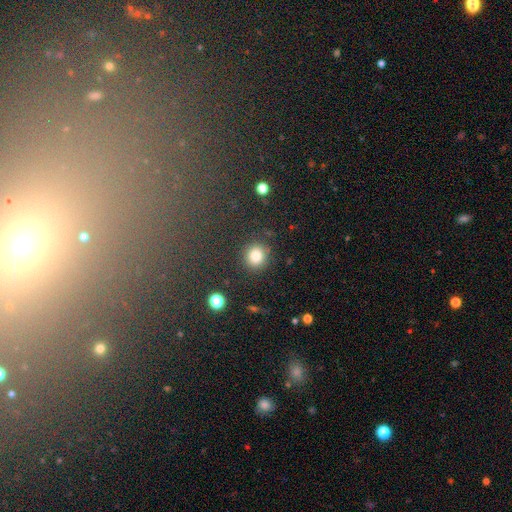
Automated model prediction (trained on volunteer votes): The model was most divided on "how rounded": round: 85%, in between: 14%, cigar-shaped: 1%. More confident: merging — none (85%); smooth or featured — smooth (83%).